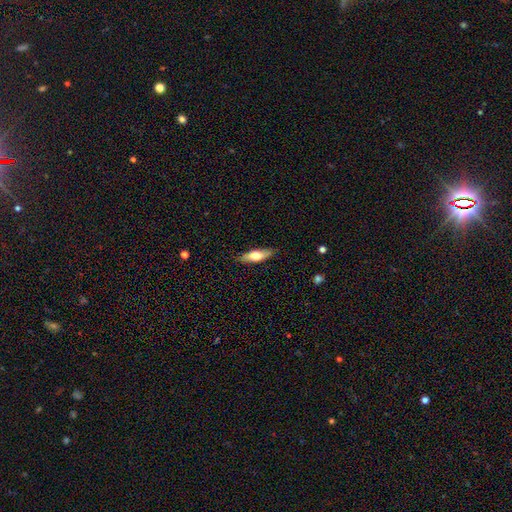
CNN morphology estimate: smooth_or_featured: smooth (p=0.65) [alt: featured or disk p=0.29]
how_rounded: in between (p=0.50) [alt: cigar-shaped p=0.47]
merging: none (p=0.84) [alt: minor disturbance p=0.13]